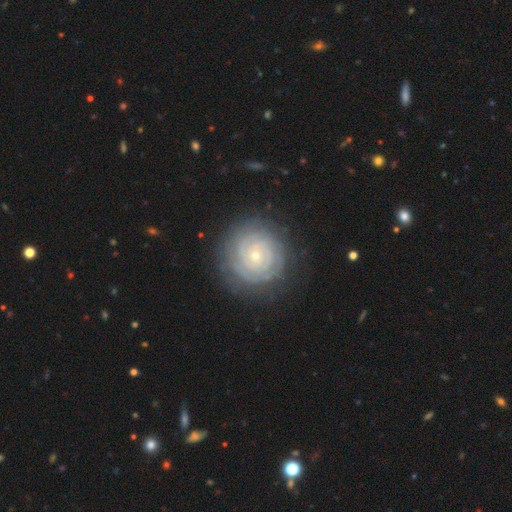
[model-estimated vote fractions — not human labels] Morphology: type=featured or disk (82%); edge-on=no (98%); bar=no (80%); spiral arms=yes (95%); winding=tight (88%); arm count=can't tell (32%); bulge=small (80%); merging=none (82%).